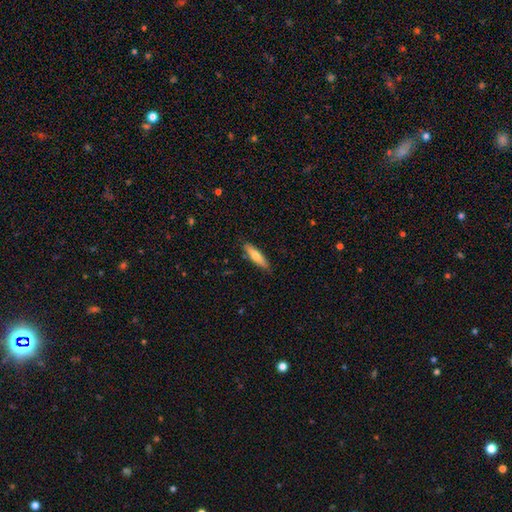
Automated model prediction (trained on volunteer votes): Smooth or featured? Predicted: smooth (p=0.67). How rounded? Predicted: cigar-shaped (p=0.73). Merging? Predicted: none (p=0.86).